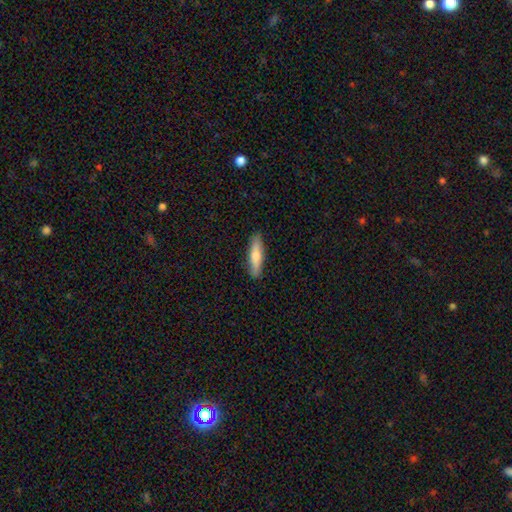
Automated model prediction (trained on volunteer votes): Smooth or featured?
  - smooth: 63% *
  - featured or disk: 31%
  - star or artifact: 6%
How rounded?
  - cigar-shaped: 75% *
  - in between: 23%
  - round: 2%
Merging?
  - none: 88% *
  - minor disturbance: 9%
  - major disturbance: 2%
  - merger: 1%